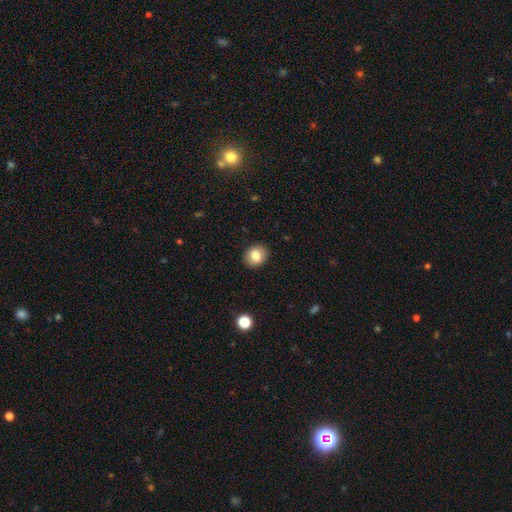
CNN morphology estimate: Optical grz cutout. It shows a smooth galaxy with no disk features (82%) that is round (61%). Merging: none (90%).